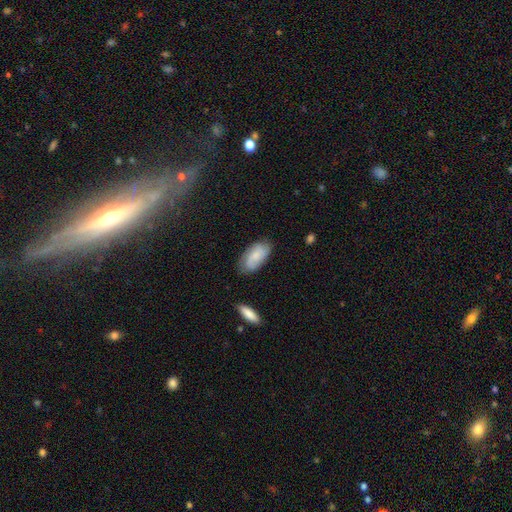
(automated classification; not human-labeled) Smooth or featured? smooth (60%)
How rounded? in between (91%)
Merging? none (74%)